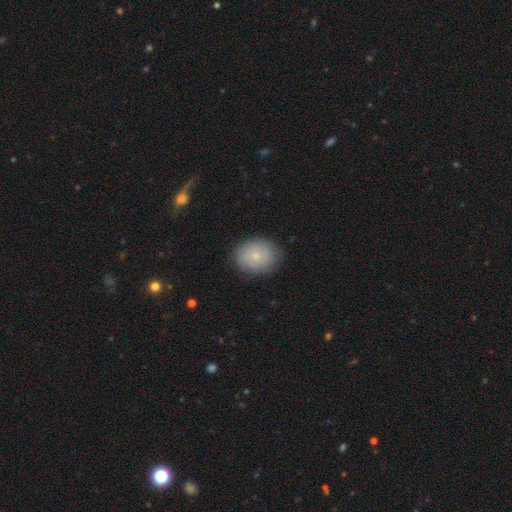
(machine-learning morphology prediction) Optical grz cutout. It shows a smooth galaxy with no disk features (77%) that is in between round and cigar-shaped (50%). Merging: none (83%).